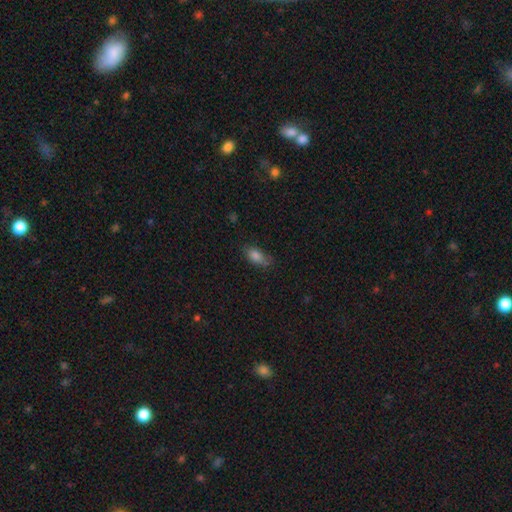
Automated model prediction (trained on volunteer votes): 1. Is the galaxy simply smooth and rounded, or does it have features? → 82% smooth, 10% star or artifact, 8% featured or disk.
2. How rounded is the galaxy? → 88% in between, 7% cigar-shaped, 5% round.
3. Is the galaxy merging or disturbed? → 66% none, 25% minor disturbance, 6% major disturbance, 2% merger.